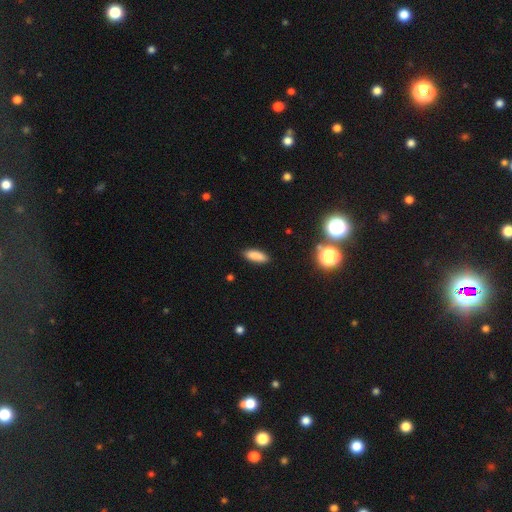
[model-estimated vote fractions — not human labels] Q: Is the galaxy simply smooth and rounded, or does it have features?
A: smooth — 87%.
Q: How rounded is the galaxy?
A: in between — 65%.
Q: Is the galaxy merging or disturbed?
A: none — 88%.